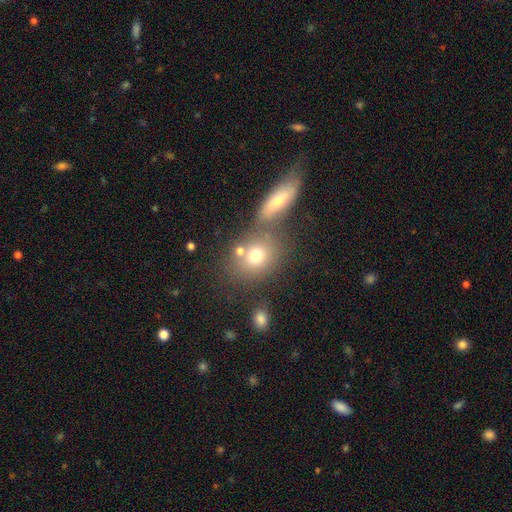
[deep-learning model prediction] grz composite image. It shows a smooth galaxy with no disk features (73%) that is round (59%). Merging: none (54%).